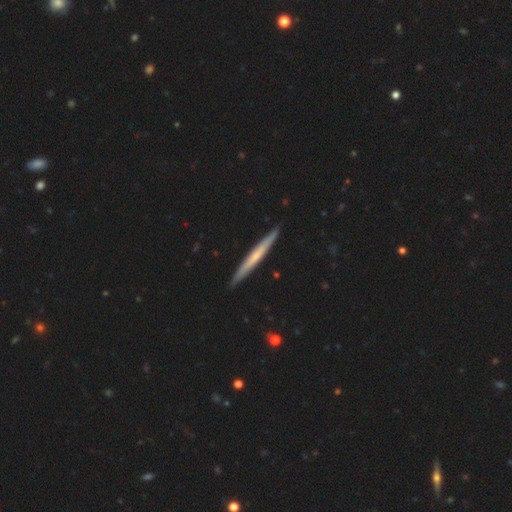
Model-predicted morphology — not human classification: Smooth or featured? Predicted: featured or disk (p=0.51). Edge-on disk? Predicted: yes (p=0.96). Merging? Predicted: none (p=0.91).